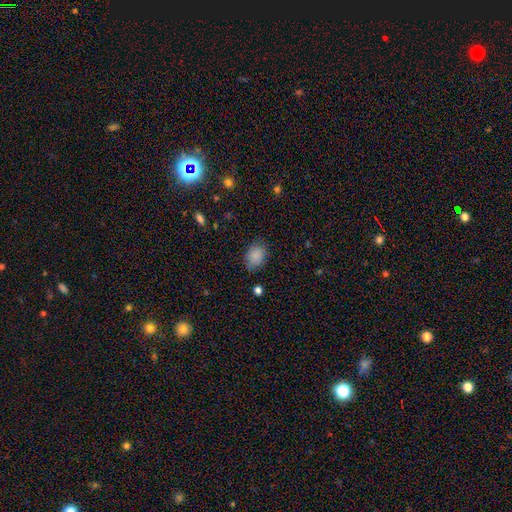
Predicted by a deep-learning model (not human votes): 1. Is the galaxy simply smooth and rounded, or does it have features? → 87% smooth, 9% star or artifact, 5% featured or disk.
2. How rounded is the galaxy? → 69% in between, 30% round, 1% cigar-shaped.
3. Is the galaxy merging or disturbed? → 80% none, 15% minor disturbance, 4% major disturbance, 1% merger.